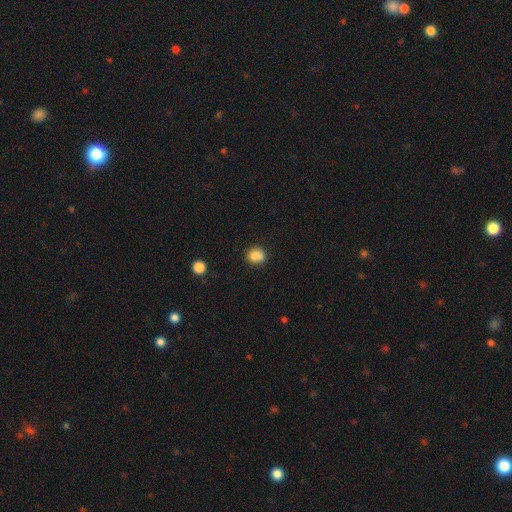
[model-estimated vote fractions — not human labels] Overall: smooth (78%). How rounded: round (76%). Merging: none (52%; merger 26%).